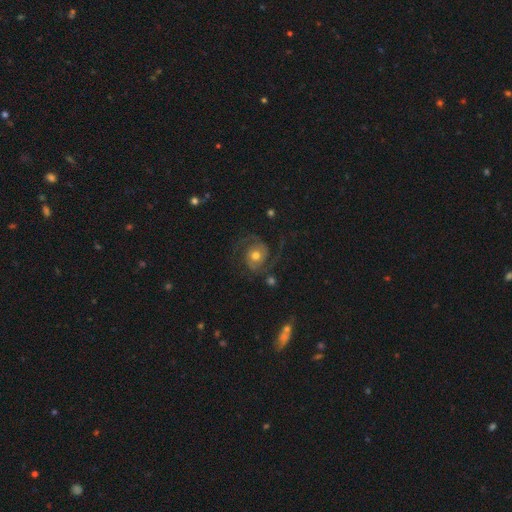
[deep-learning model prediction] Smooth or featured?
  - featured or disk: 81% *
  - smooth: 12%
  - star or artifact: 7%
Edge-on disk?
  - no: 98% *
  - yes: 2%
Bar?
  - no: 75% *
  - weak: 20%
  - strong: 5%
Spiral arms?
  - yes: 95% *
  - no: 5%
Spiral winding?
  - medium: 49% *
  - loose: 26%
  - tight: 25%
Spiral arm count?
  - 2: 89% *
  - can't tell: 3%
  - 3: 3%
  - 1: 2%
  - 4: 1%
  - more than 4: 1%
Bulge size?
  - moderate: 74% *
  - large: 12%
  - small: 11%
  - dominant: 2%
  - none: 1%
Merging?
  - none: 69% *
  - minor disturbance: 15%
  - major disturbance: 14%
  - merger: 2%